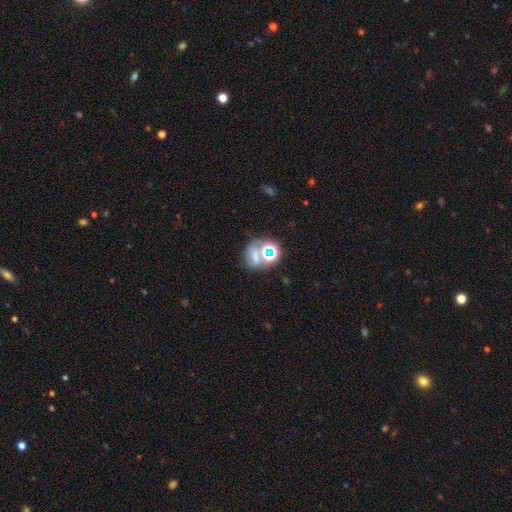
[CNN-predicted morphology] The model was most divided on "smooth or featured": smooth: 44%, star or artifact: 36%, featured or disk: 21%. Remaining: merging — none (49%).